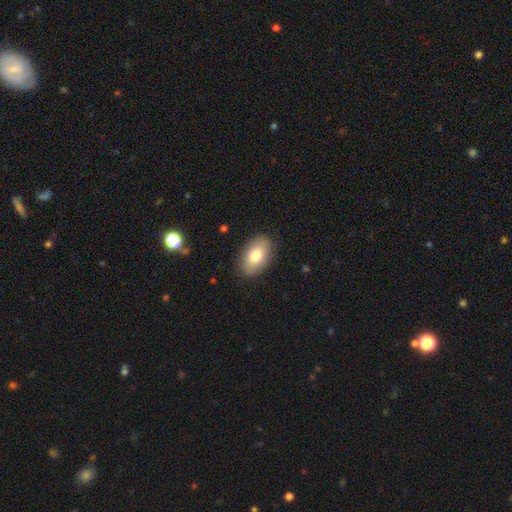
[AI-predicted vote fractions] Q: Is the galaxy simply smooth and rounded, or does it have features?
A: smooth — 78%.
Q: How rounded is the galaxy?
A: in between — 91%.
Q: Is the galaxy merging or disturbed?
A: none — 87%.